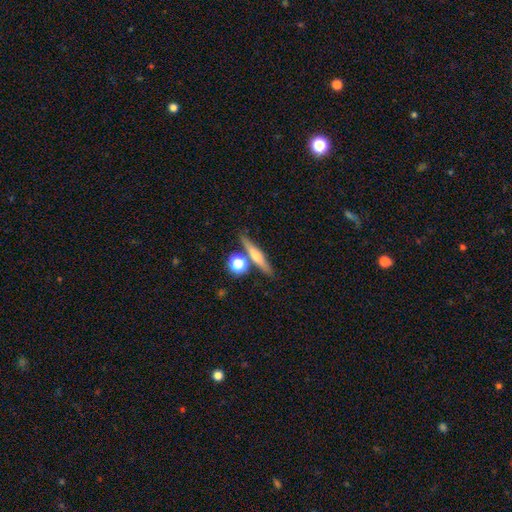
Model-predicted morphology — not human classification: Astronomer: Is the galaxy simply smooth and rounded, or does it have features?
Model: featured or disk — 46%, tied with smooth at 46%.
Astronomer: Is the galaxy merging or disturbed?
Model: none — 74%.